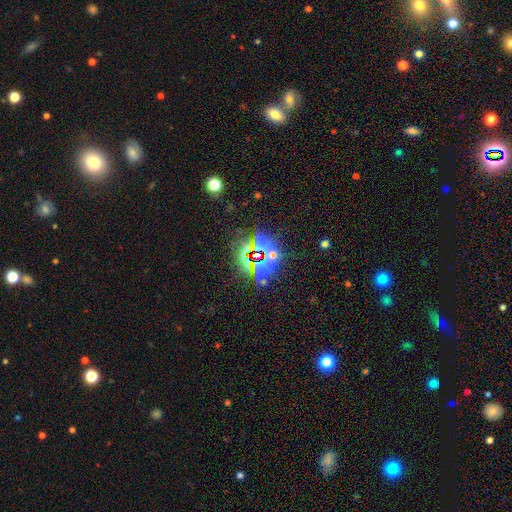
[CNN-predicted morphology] A star or artifact, not a galaxy (81%).